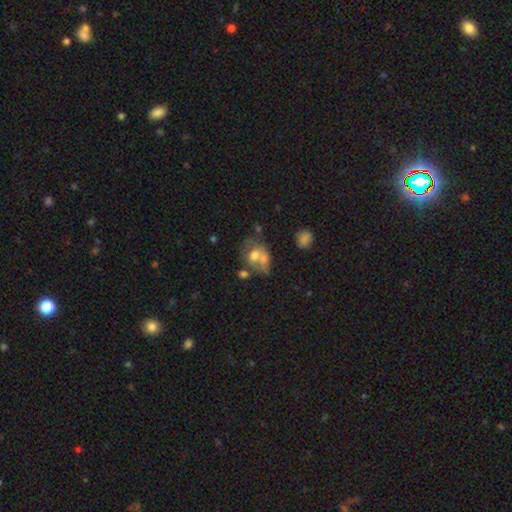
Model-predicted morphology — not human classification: The model was most divided on "how rounded": in between: 54%, round: 44%, cigar-shaped: 1%. Remaining: smooth or featured — smooth (54%); merging — merger (42%).